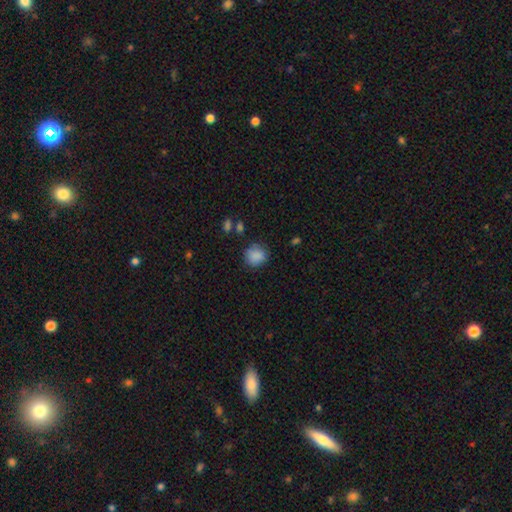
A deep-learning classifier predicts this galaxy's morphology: This is clearly a smooth galaxy (86%). How rounded: likely round (76%). Merging: likely none (76%).